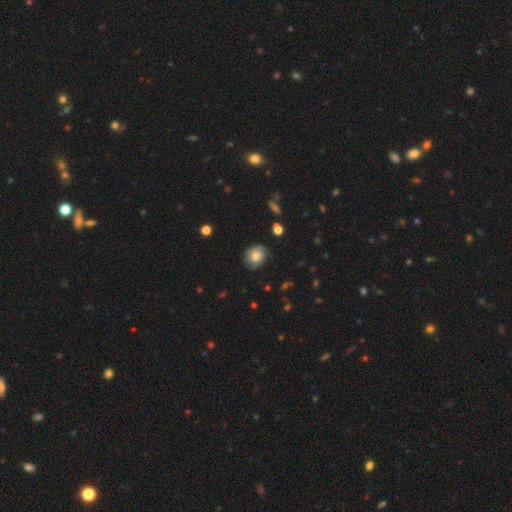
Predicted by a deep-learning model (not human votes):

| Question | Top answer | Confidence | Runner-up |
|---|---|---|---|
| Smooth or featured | smooth | 66% | featured or disk (24%) |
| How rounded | round | 71% | in between (28%) |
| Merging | none | 76% | minor disturbance (18%) |